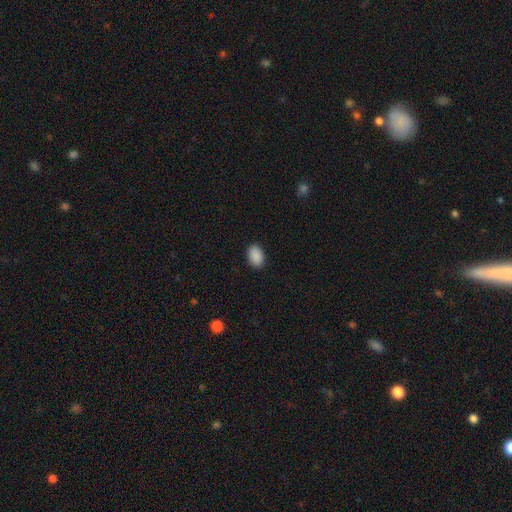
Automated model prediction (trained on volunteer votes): This appears to be a smooth galaxy with no disk features (90%) that is in between round and cigar-shaped (87%). Merging: none (89%).